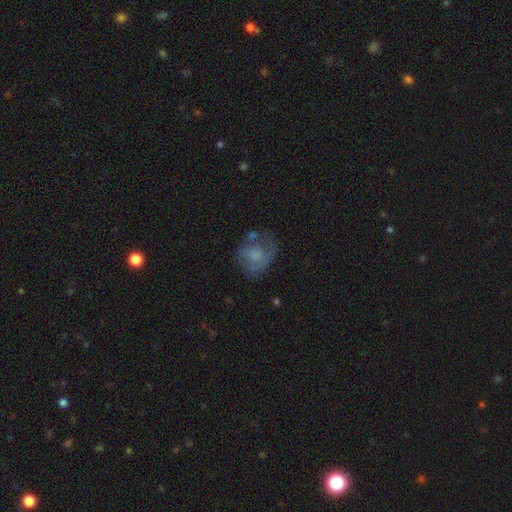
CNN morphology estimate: This is possibly a smooth galaxy (50%). How rounded: possibly round (57%). Merging: marginally none (41%).